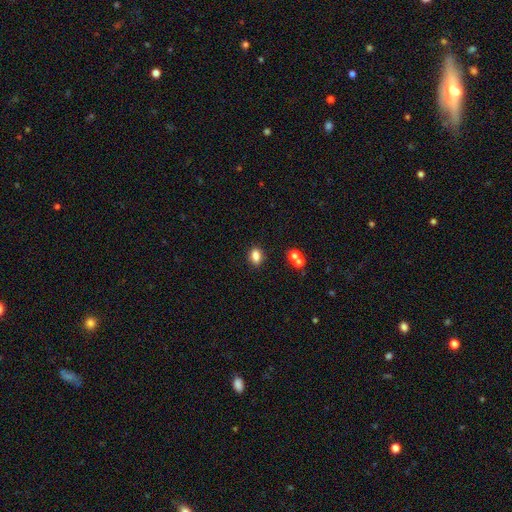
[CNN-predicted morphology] A smooth galaxy with no disk features (84%) that is in between round and cigar-shaped (80%).

Vote fractions:
- Smooth or featured? smooth: 84% / star or artifact: 11% / featured or disk: 6%
- How rounded? in between: 80% / round: 18% / cigar-shaped: 2%
- Merging? none: 82% / minor disturbance: 11% / merger: 5% / major disturbance: 3%